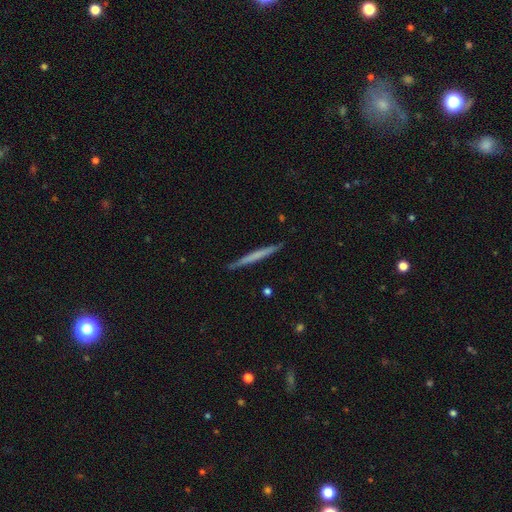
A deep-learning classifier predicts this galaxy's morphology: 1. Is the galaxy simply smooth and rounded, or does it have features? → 51% smooth, 44% featured or disk, 6% star or artifact.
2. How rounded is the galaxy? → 97% cigar-shaped, 2% in between, 1% round.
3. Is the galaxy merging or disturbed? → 90% none, 7% minor disturbance, 1% major disturbance, 1% merger.